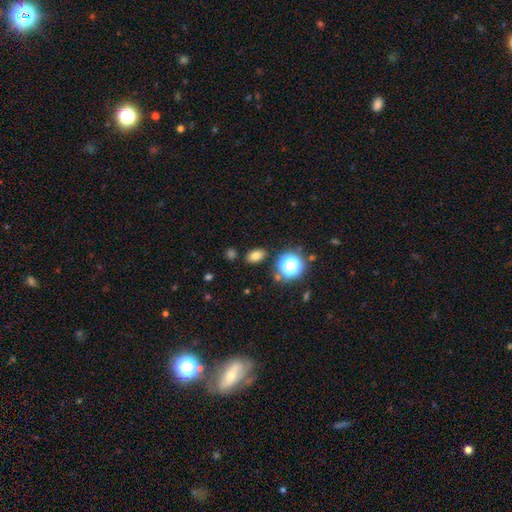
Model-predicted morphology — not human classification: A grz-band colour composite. It shows a smooth galaxy with no disk features (75%) that is in between round and cigar-shaped (78%). Merging: none (85%).